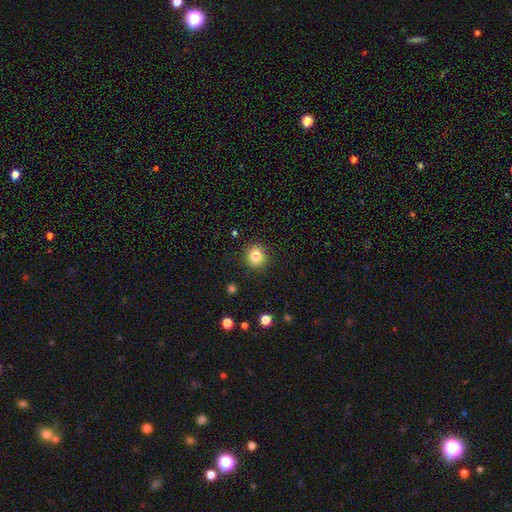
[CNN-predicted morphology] smooth_or_featured: smooth (p=0.84) [alt: star or artifact p=0.10]
how_rounded: round (p=0.87) [alt: in between p=0.12]
merging: none (p=0.90) [alt: minor disturbance p=0.06]